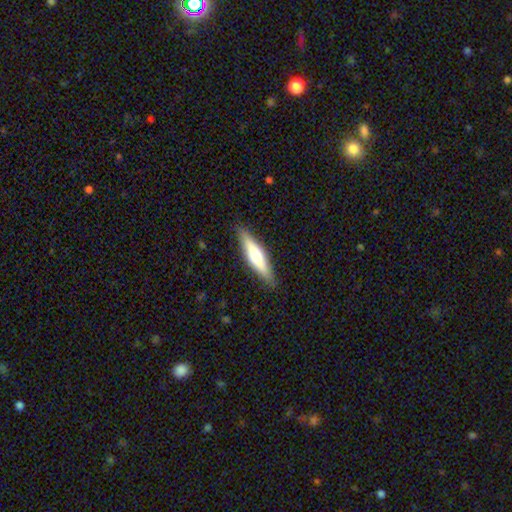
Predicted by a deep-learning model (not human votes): A smooth galaxy with no disk features (53%) that is cigar-shaped (77%).

Vote fractions:
- Smooth or featured? smooth: 53% / featured or disk: 42% / star or artifact: 5%
- How rounded? cigar-shaped: 77% / in between: 22% / round: 2%
- Merging? none: 88% / minor disturbance: 9% / major disturbance: 2% / merger: 1%